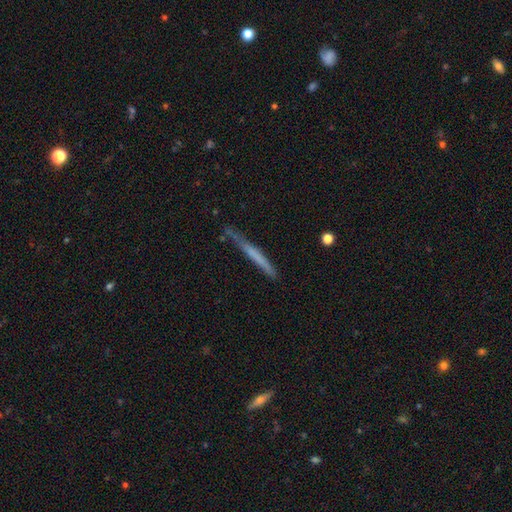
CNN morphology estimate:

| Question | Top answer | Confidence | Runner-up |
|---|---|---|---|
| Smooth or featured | smooth | 51% | featured or disk (43%) |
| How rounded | cigar-shaped | 97% | in between (2%) |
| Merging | none | 75% | minor disturbance (18%) |